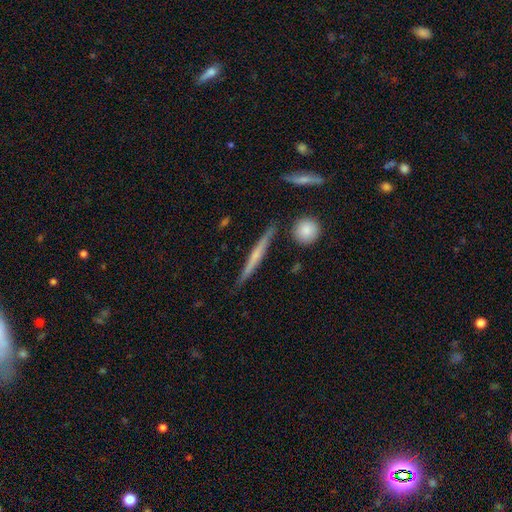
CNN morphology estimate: smooth_or_featured: featured or disk (p=0.58) [alt: smooth p=0.36]
disk_edge_on: yes (p=0.96) [alt: no p=0.04]
edge_on_bulge: none (p=0.56) [alt: rounded p=0.33]
merging: none (p=0.86) [alt: minor disturbance p=0.09]